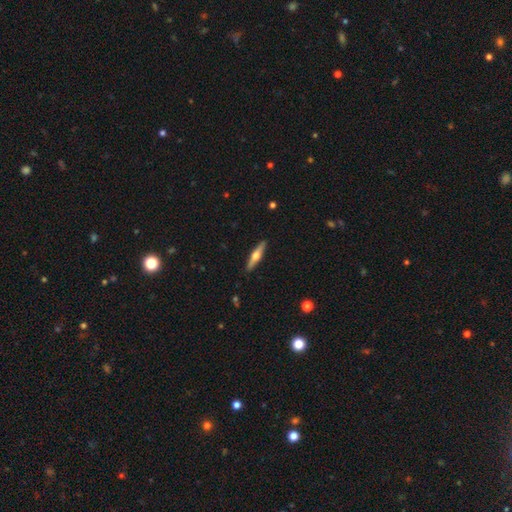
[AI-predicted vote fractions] This is likely a featured or disk galaxy (63%). It is clearly viewed edge-on (96%). Edge-on bulge: clearly rounded (95%). Merging: clearly none (91%).